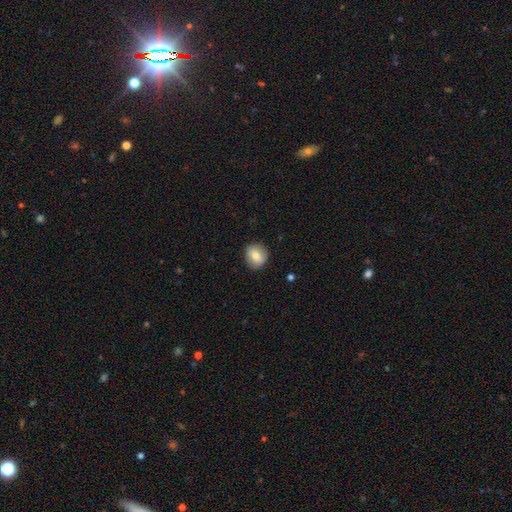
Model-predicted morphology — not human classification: Overall: smooth (74%). How rounded: round (84%). Merging: none (87%).